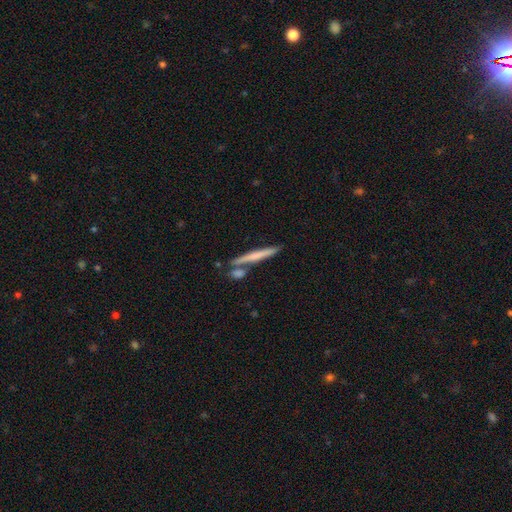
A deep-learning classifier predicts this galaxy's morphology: Overall: smooth (53%; featured or disk 41%). How rounded: cigar-shaped (94%). Merging: none (74%).